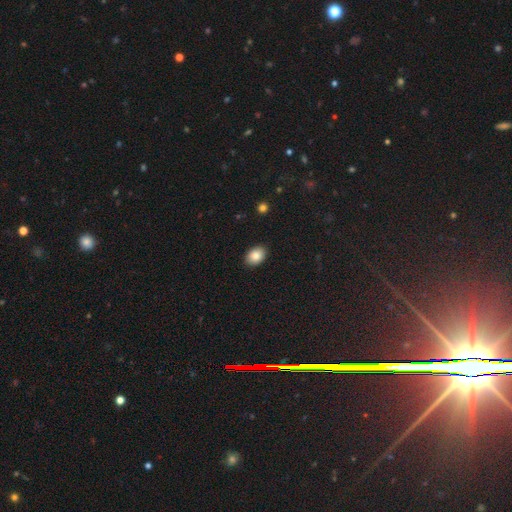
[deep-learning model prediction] The model was most divided on "how rounded": in between: 81%, round: 17%, cigar-shaped: 1%. More confident: merging — none (89%); smooth or featured — smooth (85%).